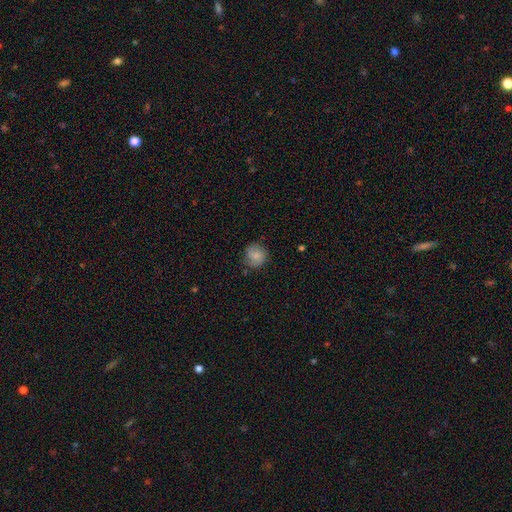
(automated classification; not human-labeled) This is likely a smooth galaxy (73%). How rounded: clearly round (88%). Merging: likely none (73%).